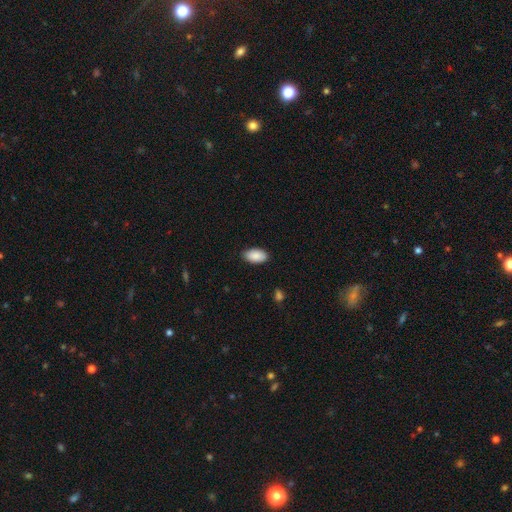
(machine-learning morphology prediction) A smooth galaxy with no disk features (90%) that is in between round and cigar-shaped (95%). Merging: none (87%).